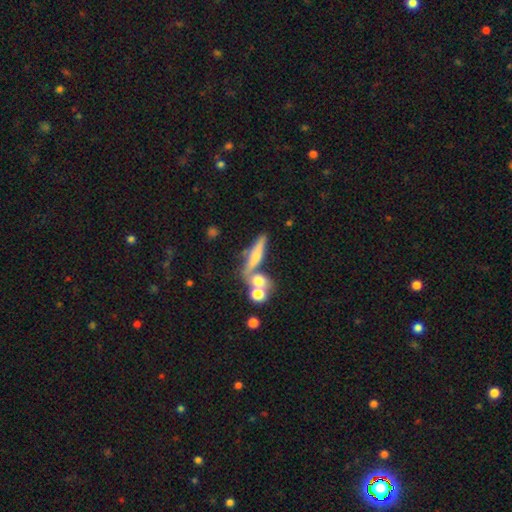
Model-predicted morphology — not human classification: type=smooth (49%); merging=none (51%).